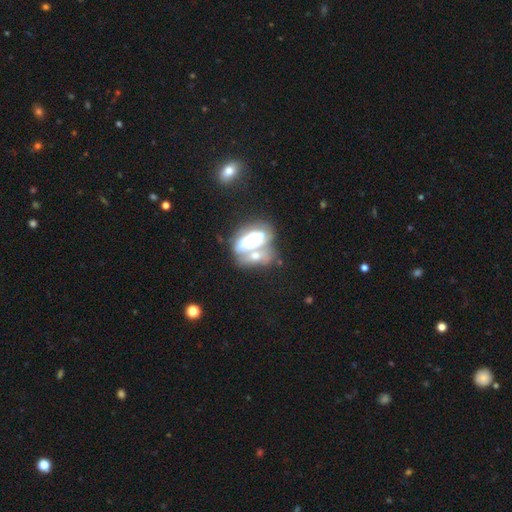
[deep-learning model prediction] This is possibly a smooth galaxy (45%, tied with featured or disk). Merging: possibly merger (59%).